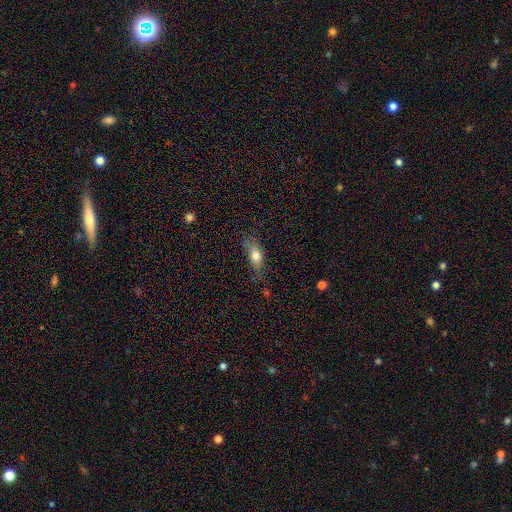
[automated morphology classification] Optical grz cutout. It shows a smooth galaxy with no disk features (74%) that is in between round and cigar-shaped (73%). Merging: none (57%).